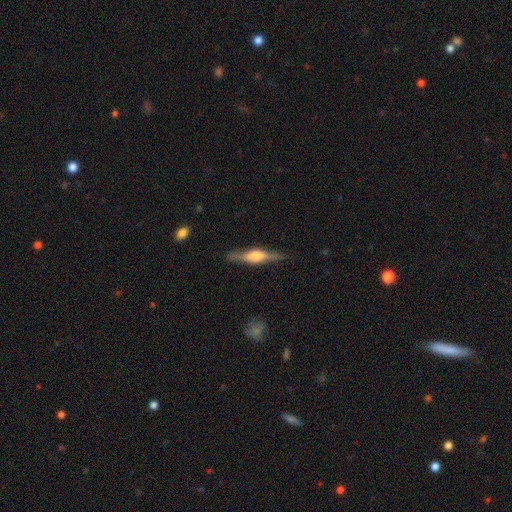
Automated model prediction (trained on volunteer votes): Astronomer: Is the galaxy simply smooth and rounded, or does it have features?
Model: featured or disk — 69%.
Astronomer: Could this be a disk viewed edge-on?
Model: yes — 96%.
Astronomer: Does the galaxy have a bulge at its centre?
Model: rounded — 69%.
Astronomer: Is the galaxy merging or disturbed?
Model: none — 85%.